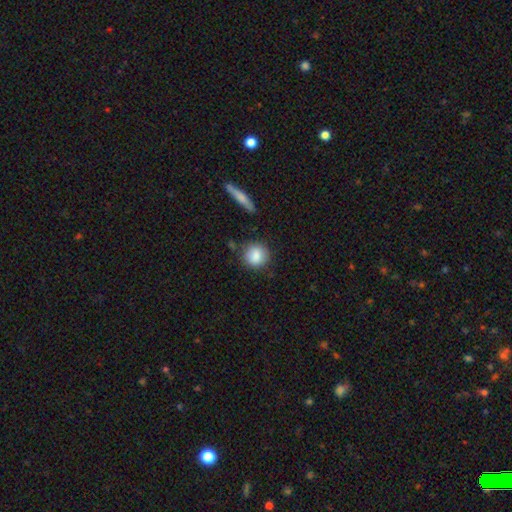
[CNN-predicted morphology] smooth-or-featured: smooth: 86% | star or artifact: 8% | featured or disk: 6%
  how-rounded: round: 85% | in between: 14% | cigar-shaped: 2%
  merging: none: 82% | minor disturbance: 12% | merger: 4% | major disturbance: 3%